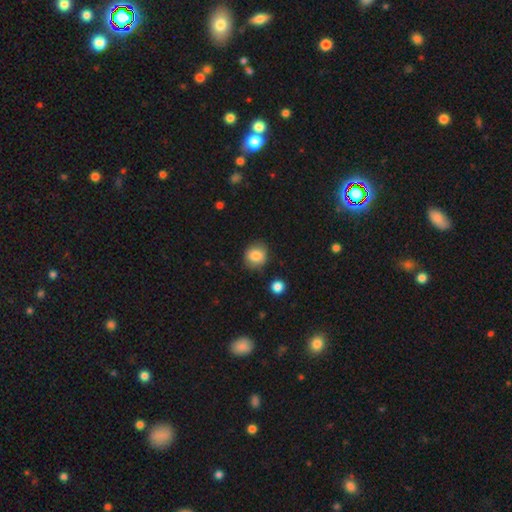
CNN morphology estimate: A smooth galaxy with no disk features (83%) that is round (78%).

Vote fractions:
- Smooth or featured? smooth: 83% / star or artifact: 9% / featured or disk: 8%
- How rounded? round: 78% / in between: 21% / cigar-shaped: 1%
- Merging? none: 81% / minor disturbance: 14% / major disturbance: 3% / merger: 2%